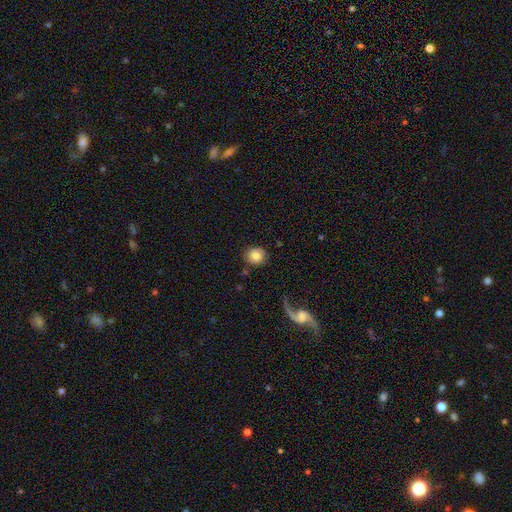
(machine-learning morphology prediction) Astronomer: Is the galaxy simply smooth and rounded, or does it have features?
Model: smooth — 78%.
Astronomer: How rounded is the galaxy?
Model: round — 86%.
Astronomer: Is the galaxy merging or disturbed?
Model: none — 84%.